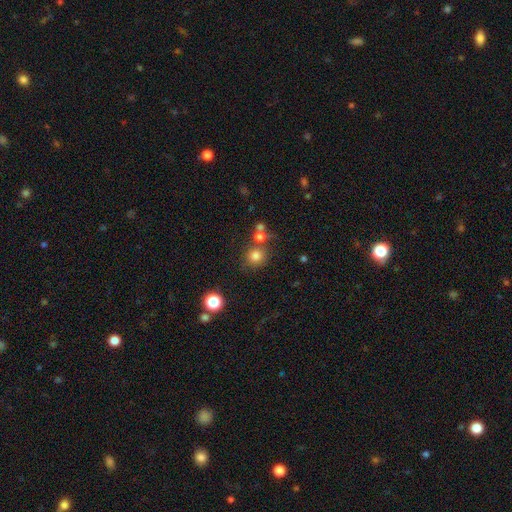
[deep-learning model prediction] Morphology: type=smooth (79%); roundness=round (88%); merging=none (70%).